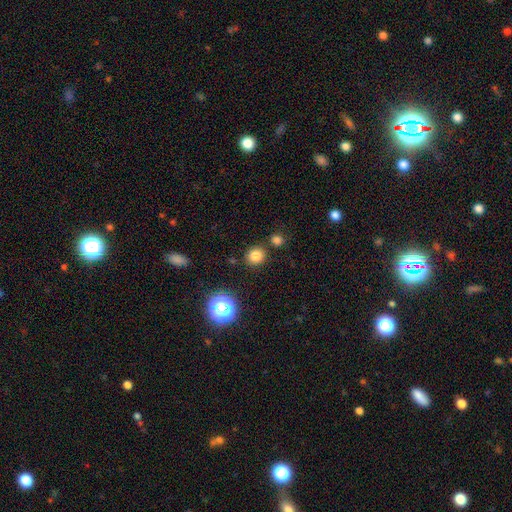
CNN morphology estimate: smooth_or_featured: smooth (p=0.80) [alt: star or artifact p=0.15]
how_rounded: round (p=0.88) [alt: in between p=0.11]
merging: none (p=0.82) [alt: minor disturbance p=0.08]